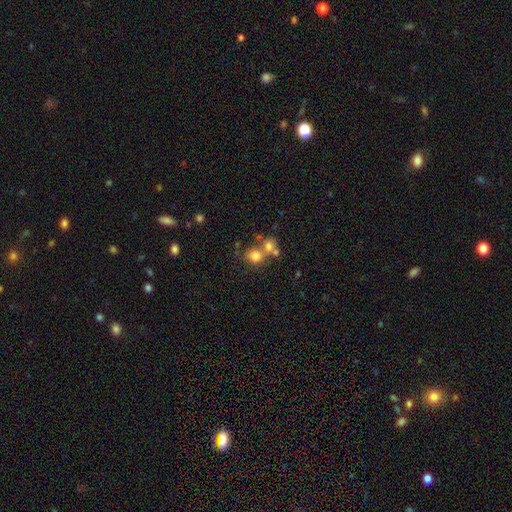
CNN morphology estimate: This appears to be a smooth galaxy with no disk features (74%) that is round (74%). Merging: merger (44%).